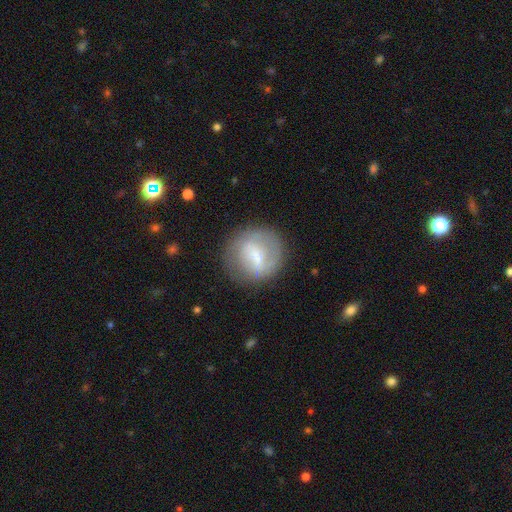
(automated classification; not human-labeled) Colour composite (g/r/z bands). It shows a smooth galaxy with no disk features (52%) that is round (86%). Merging: none (71%).